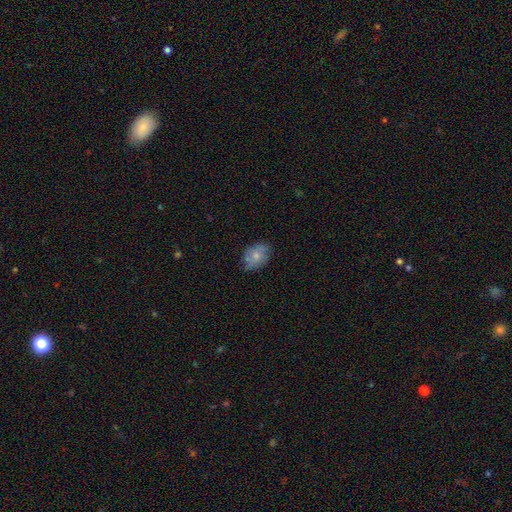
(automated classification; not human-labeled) smooth-or-featured: smooth: 72% | featured or disk: 21% | star or artifact: 8%
  how-rounded: in between: 66% | round: 33% | cigar-shaped: 1%
  merging: none: 69% | minor disturbance: 25% | major disturbance: 5% | merger: 1%